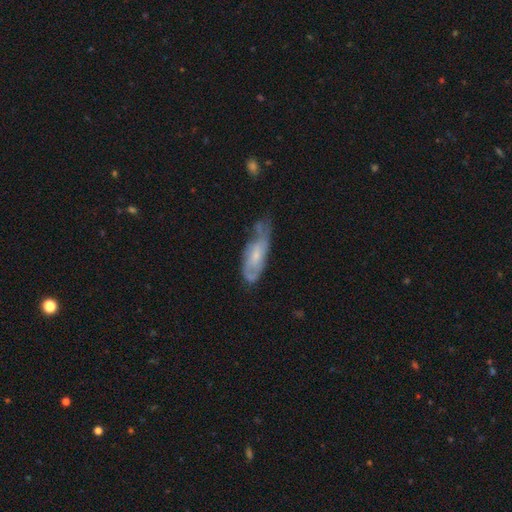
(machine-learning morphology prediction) Overall: featured or disk (63%; smooth 30%). Edge-on disk: no (85%). Bar: no (62%; weak 32%). Spiral arms: yes (80%). Bulge size: small (58%; moderate 31%). Merging: none (43%; minor disturbance 35%).